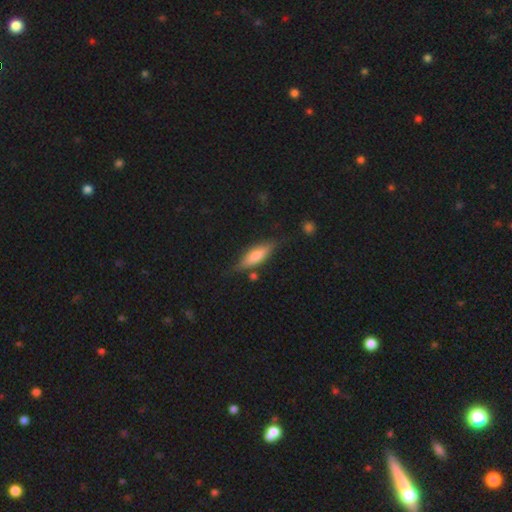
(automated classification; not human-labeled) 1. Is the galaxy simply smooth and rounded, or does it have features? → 54% smooth, 39% featured or disk, 7% star or artifact.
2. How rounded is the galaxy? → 56% cigar-shaped, 41% in between, 2% round.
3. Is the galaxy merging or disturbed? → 78% none, 15% minor disturbance, 3% major disturbance, 3% merger.